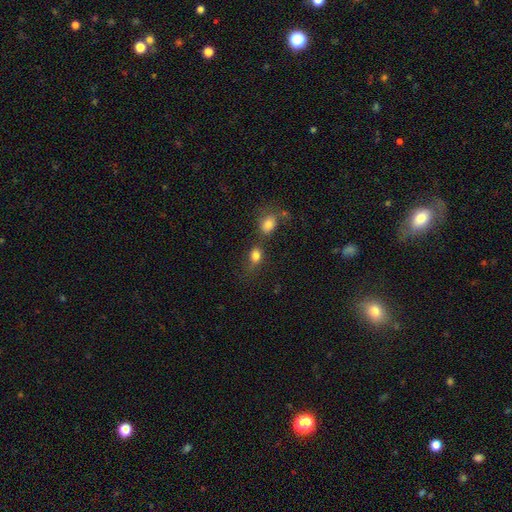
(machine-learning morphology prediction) Smooth or featured?
  - smooth: 79% *
  - star or artifact: 12%
  - featured or disk: 9%
How rounded?
  - in between: 57% *
  - round: 40%
  - cigar-shaped: 2%
Merging?
  - none: 46% *
  - merger: 30%
  - minor disturbance: 15%
  - major disturbance: 9%